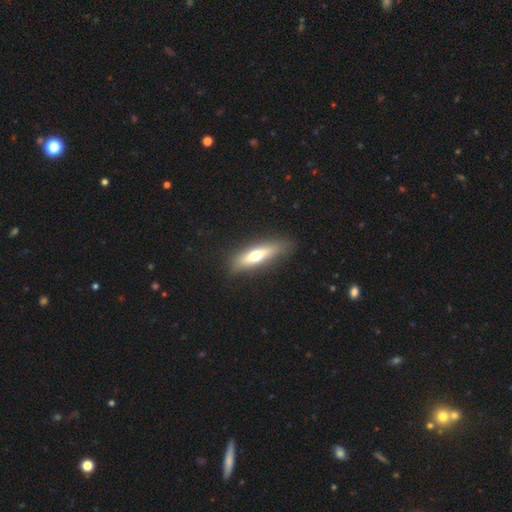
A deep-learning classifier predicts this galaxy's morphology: This appears to be a smooth galaxy with no disk features (53%) that is cigar-shaped (65%). Merging: none (84%).